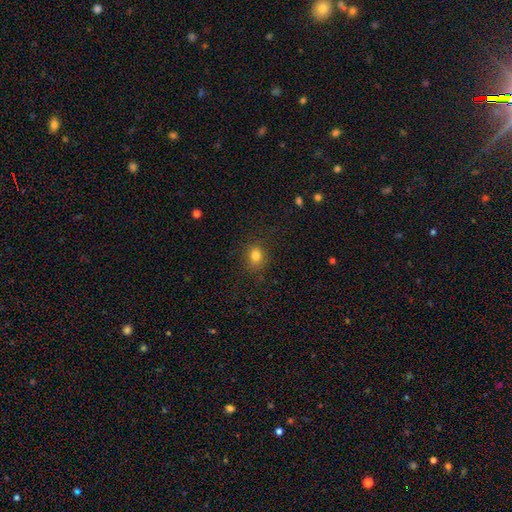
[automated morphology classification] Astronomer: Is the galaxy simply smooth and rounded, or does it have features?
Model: smooth — 81%.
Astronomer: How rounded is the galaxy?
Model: round — 64%.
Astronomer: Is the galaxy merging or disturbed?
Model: none — 82%.